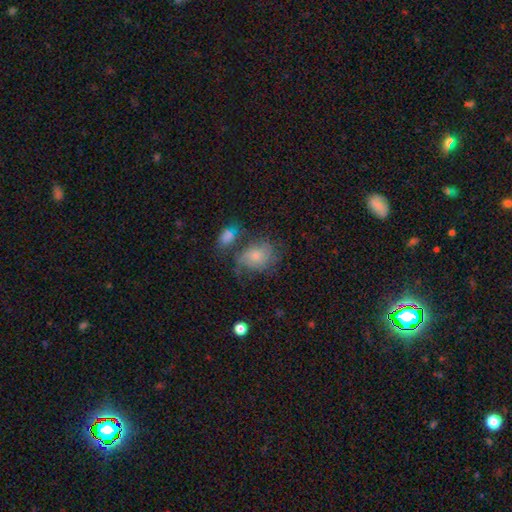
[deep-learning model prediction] smooth 53%, featured or disk 34%, star or artifact 13%. Down the decision tree: how rounded — in between (55%); merging — none (44%).